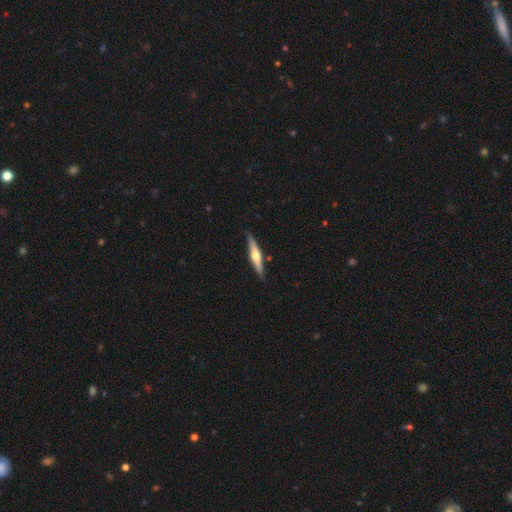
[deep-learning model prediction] A featured or disk galaxy (63%) viewed edge-on (95%) with a rounded central bulge (91%). Merging: none (87%).